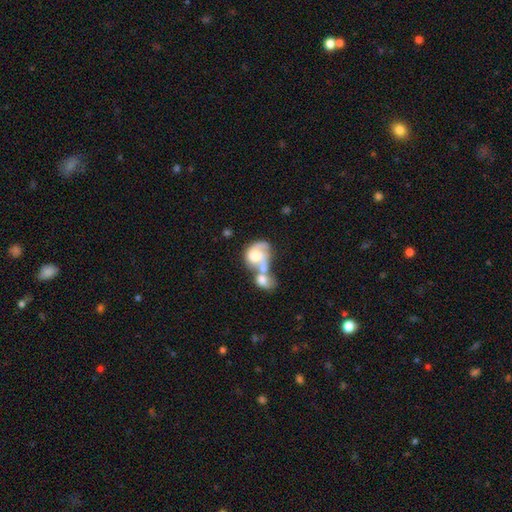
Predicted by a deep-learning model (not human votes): Q: Smooth or featured?
A: featured or disk (54%); runner-up: smooth (39%)
Q: Edge-on disk?
A: no (97%); runner-up: yes (3%)
Q: Bar?
A: no (76%); runner-up: weak (20%)
Q: Spiral arms?
A: yes (60%); runner-up: no (40%)
Q: Bulge size?
A: moderate (50%); runner-up: large (28%)
Q: Merging?
A: merger (76%); runner-up: major disturbance (10%)